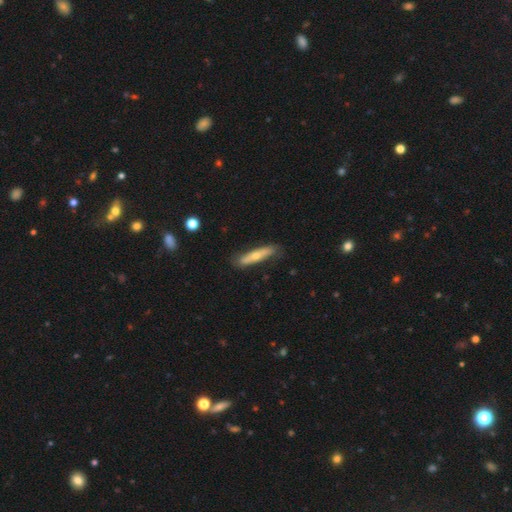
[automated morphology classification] smooth_or_featured: smooth (p=0.54) [alt: featured or disk p=0.40]
how_rounded: cigar-shaped (p=0.82) [alt: in between p=0.16]
merging: none (p=0.77) [alt: minor disturbance p=0.18]